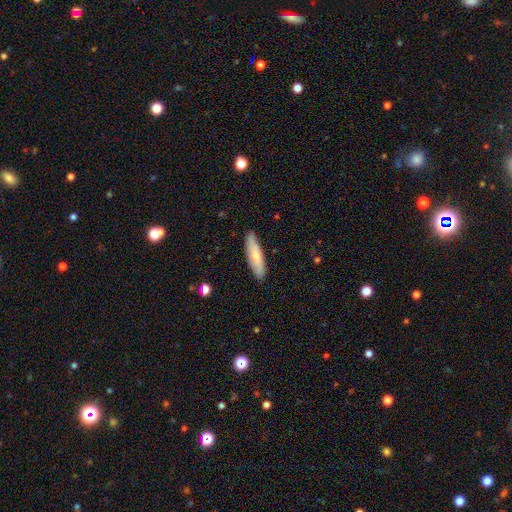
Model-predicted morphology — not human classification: smooth_or_featured: smooth (p=0.65) [alt: featured or disk p=0.30]
how_rounded: cigar-shaped (p=0.64) [alt: in between p=0.34]
merging: none (p=0.85) [alt: minor disturbance p=0.12]